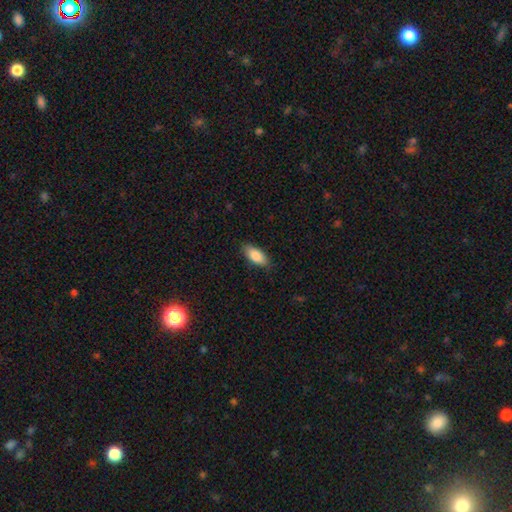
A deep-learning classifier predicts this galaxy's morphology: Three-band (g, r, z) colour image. It shows a smooth galaxy with no disk features (85%) that is in between round and cigar-shaped (86%). Merging: none (85%).